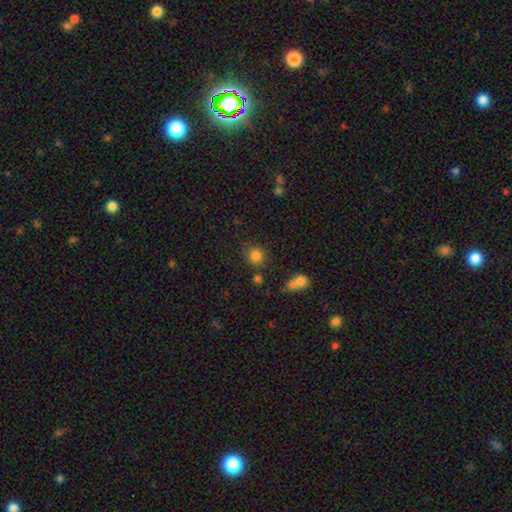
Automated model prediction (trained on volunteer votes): A smooth galaxy with no disk features (82%) that is round (90%).

Vote fractions:
- Smooth or featured? smooth: 82% / star or artifact: 13% / featured or disk: 5%
- How rounded? round: 90% / in between: 9% / cigar-shaped: 1%
- Merging? none: 75% / minor disturbance: 12% / merger: 9% / major disturbance: 4%